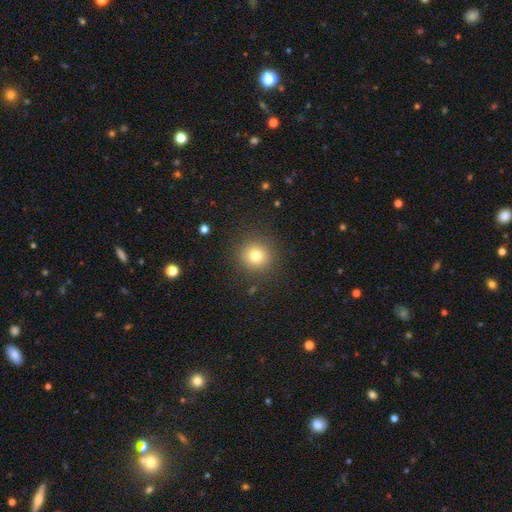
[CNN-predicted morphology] The model was most divided on "smooth or featured": smooth: 78%, star or artifact: 13%, featured or disk: 9%. More confident: how rounded — round (94%); merging — none (89%).